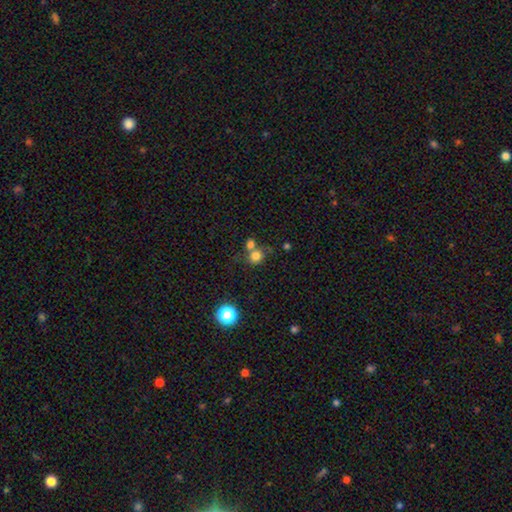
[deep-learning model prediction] Smooth or featured? Predicted: smooth (p=0.77). How rounded? Predicted: round (p=0.83). Merging? Predicted: none (p=0.46).